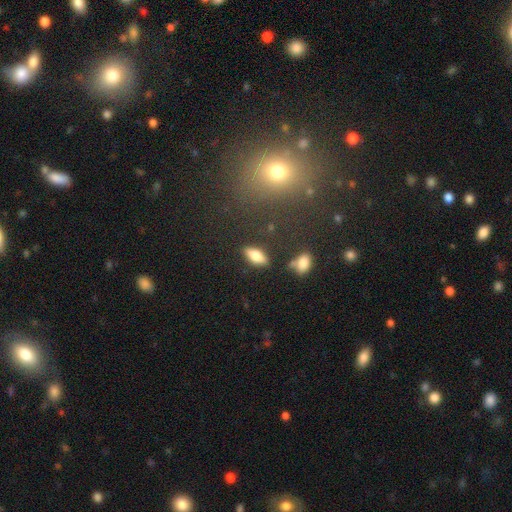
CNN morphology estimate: A smooth galaxy with no disk features (72%) that is in between round and cigar-shaped (80%). Merging: none (83%).